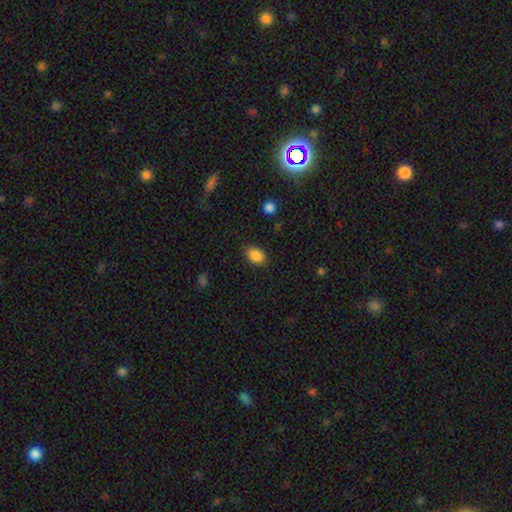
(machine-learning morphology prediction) Q: Smooth or featured?
A: smooth (87%); runner-up: star or artifact (9%)
Q: How rounded?
A: in between (67%); runner-up: round (32%)
Q: Merging?
A: none (84%); runner-up: minor disturbance (11%)